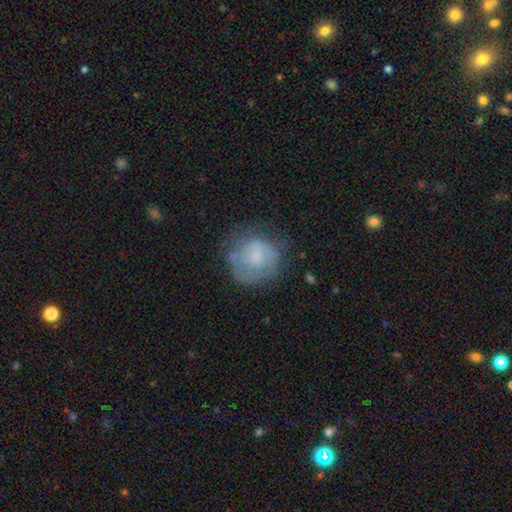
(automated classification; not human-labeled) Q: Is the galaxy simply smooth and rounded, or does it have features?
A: smooth — 50%.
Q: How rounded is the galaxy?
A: round — 83%.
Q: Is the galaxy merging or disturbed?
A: none — 56%.